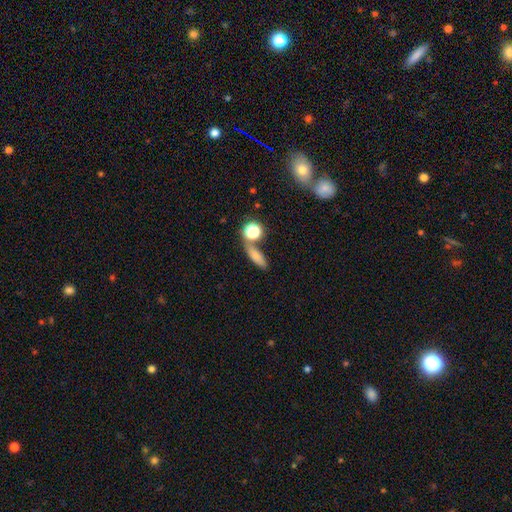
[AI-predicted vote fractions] The model was most divided on "how rounded": cigar-shaped: 45%, in between: 41%, round: 14%. More confident: smooth or featured — smooth (74%); merging — none (63%).